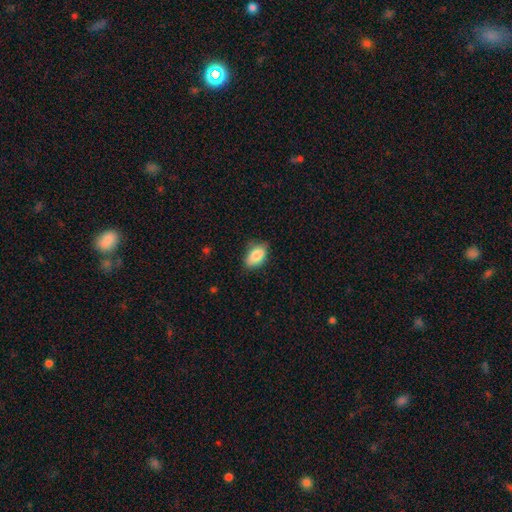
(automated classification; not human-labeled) The model was most divided on "merging": none: 73%, minor disturbance: 22%, major disturbance: 4%, merger: 1%. More confident: how rounded — in between (90%); smooth or featured — smooth (84%).